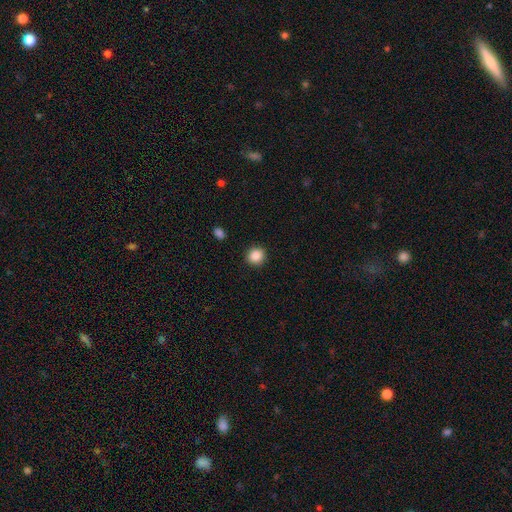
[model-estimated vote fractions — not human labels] A smooth galaxy with no disk features (87%) that is round (89%).

Vote fractions:
- Smooth or featured? smooth: 87% / star or artifact: 9% / featured or disk: 3%
- How rounded? round: 89% / in between: 10% / cigar-shaped: 1%
- Merging? none: 91% / minor disturbance: 5% / major disturbance: 2% / merger: 1%